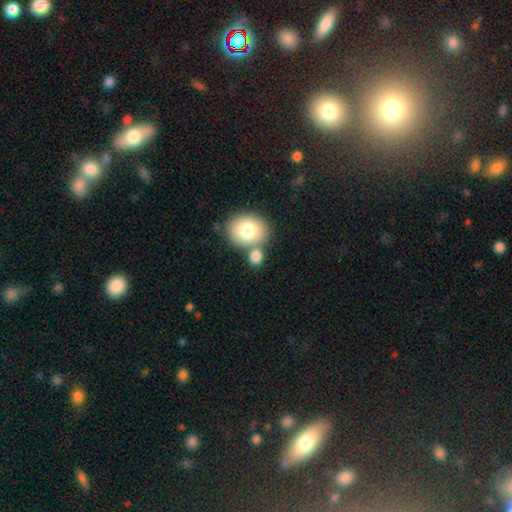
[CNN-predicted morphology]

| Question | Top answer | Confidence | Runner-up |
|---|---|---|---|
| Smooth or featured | smooth | 80% | featured or disk (11%) |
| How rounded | round | 63% | in between (36%) |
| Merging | none | 58% | merger (28%) |